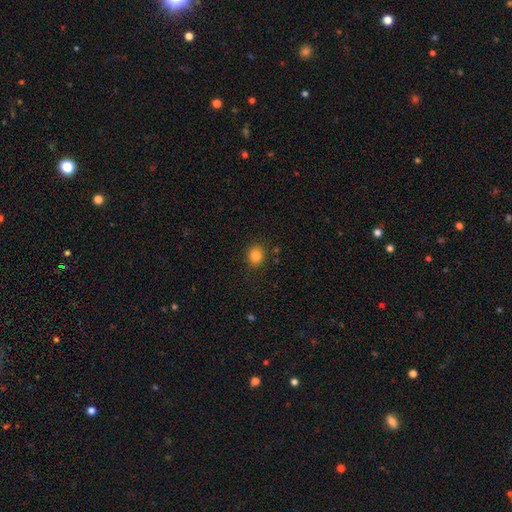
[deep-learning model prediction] Morphology: type=smooth (83%); roundness=round (67%); merging=none (86%).